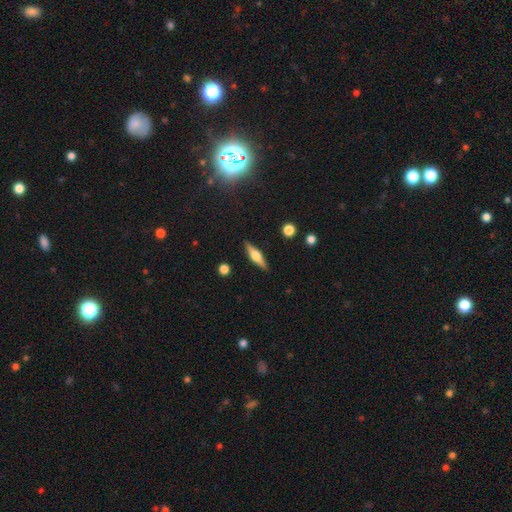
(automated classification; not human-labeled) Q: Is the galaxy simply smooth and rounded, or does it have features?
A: featured or disk — 59%.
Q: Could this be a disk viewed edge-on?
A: yes — 96%.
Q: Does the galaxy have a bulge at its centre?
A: rounded — 89%.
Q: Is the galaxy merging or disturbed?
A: none — 89%.